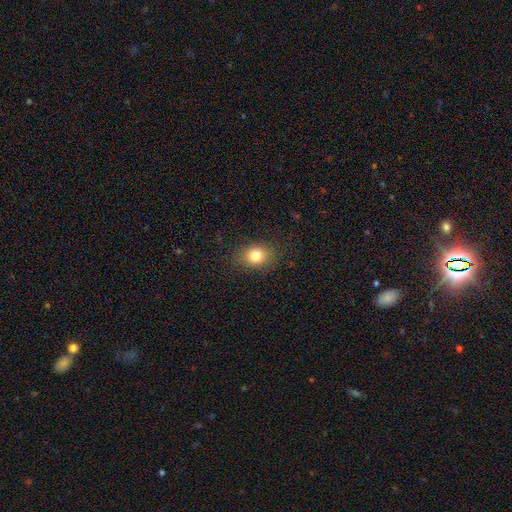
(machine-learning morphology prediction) Smooth or featured?
  - smooth: 80% *
  - star or artifact: 11%
  - featured or disk: 9%
How rounded?
  - in between: 55% *
  - round: 44%
  - cigar-shaped: 1%
Merging?
  - none: 84% *
  - minor disturbance: 11%
  - major disturbance: 4%
  - merger: 1%